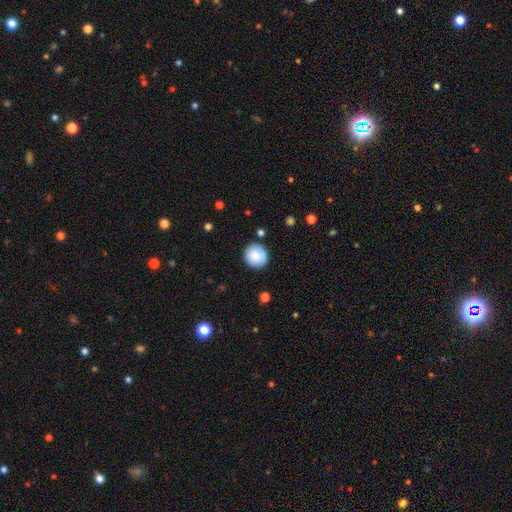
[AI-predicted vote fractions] Q: Smooth or featured?
A: smooth (83%); runner-up: featured or disk (9%)
Q: How rounded?
A: round (93%); runner-up: in between (6%)
Q: Merging?
A: none (85%); runner-up: minor disturbance (11%)